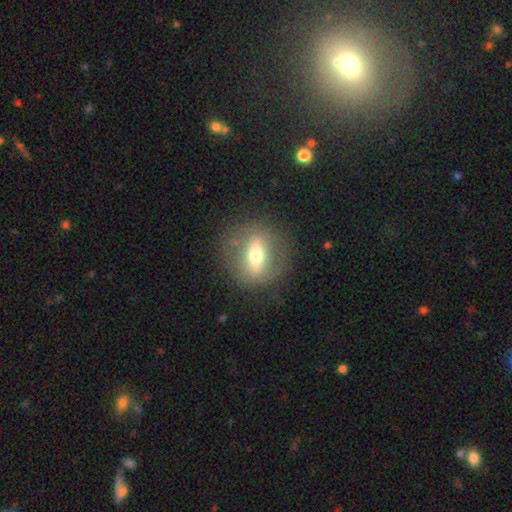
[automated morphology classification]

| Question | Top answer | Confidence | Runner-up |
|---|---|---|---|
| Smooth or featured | featured or disk | 55% | smooth (37%) |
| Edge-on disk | no | 60% | yes (40%) |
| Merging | none | 82% | minor disturbance (11%) |